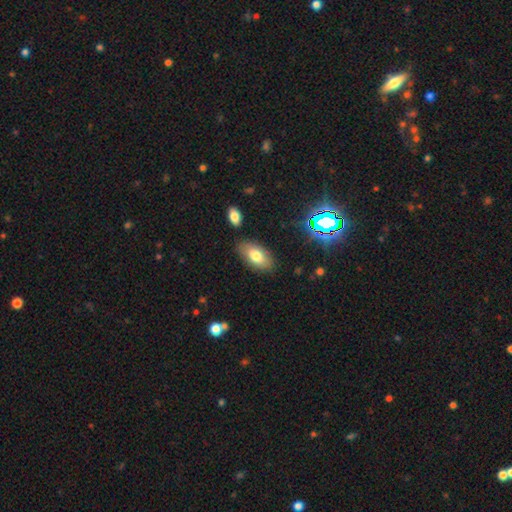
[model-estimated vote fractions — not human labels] A smooth galaxy with no disk features (76%) that is in between round and cigar-shaped (92%). Merging: none (81%).